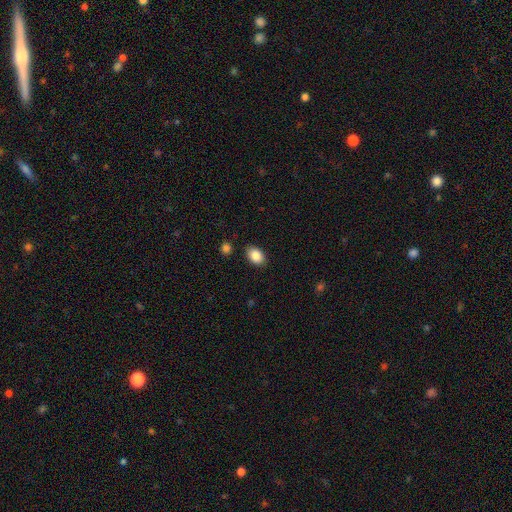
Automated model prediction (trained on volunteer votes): A smooth galaxy with no disk features (86%) that is in between round and cigar-shaped (84%). Merging: none (87%).